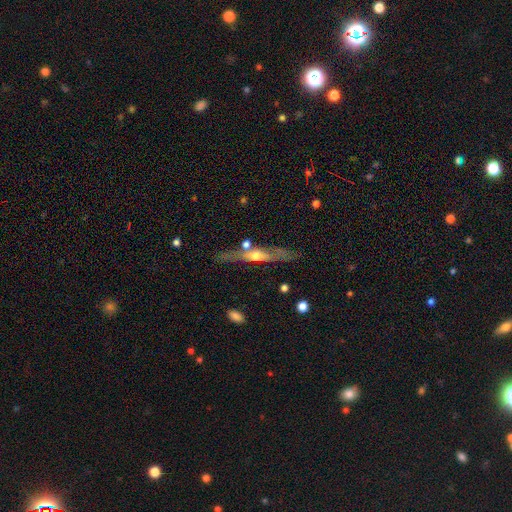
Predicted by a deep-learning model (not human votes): This is likely a featured or disk galaxy (66%). It is clearly viewed edge-on (81%). Edge-on bulge: clearly rounded (83%). Merging: likely none (71%).